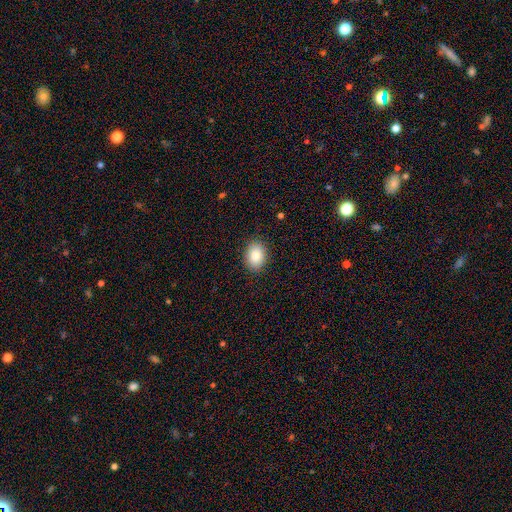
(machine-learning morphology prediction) type=smooth (85%); roundness=in between (72%); merging=none (89%).